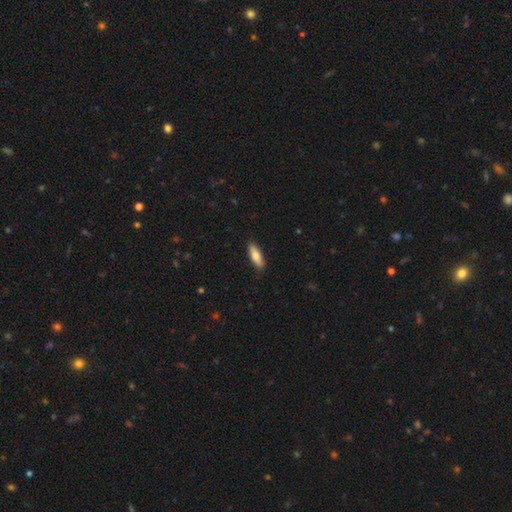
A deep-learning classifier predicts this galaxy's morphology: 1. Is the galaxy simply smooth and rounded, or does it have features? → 80% smooth, 14% featured or disk, 6% star or artifact.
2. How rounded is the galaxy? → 58% in between, 41% cigar-shaped, 2% round.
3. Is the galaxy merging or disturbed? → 87% none, 10% minor disturbance, 2% major disturbance, 1% merger.